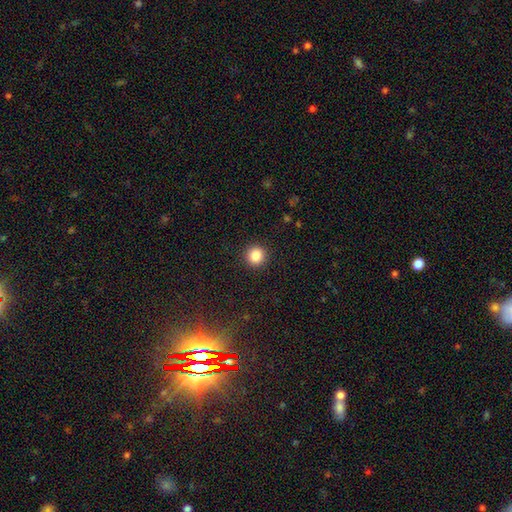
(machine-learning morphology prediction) Smooth or featured?
  - smooth: 86% *
  - star or artifact: 10%
  - featured or disk: 4%
How rounded?
  - round: 94% *
  - in between: 5%
  - cigar-shaped: 1%
Merging?
  - none: 92% *
  - minor disturbance: 5%
  - major disturbance: 2%
  - merger: 1%